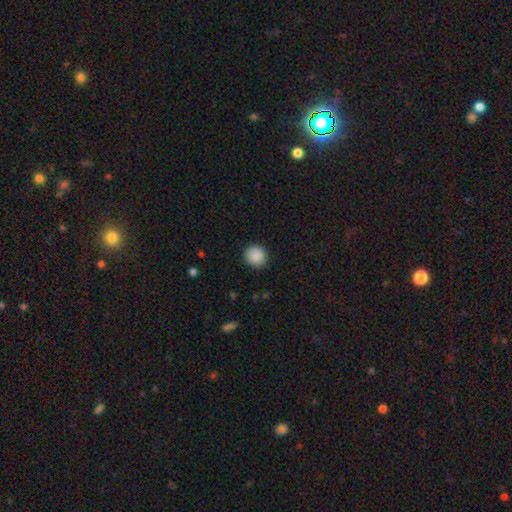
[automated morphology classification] smooth 89%, star or artifact 8%, featured or disk 3%. Down the decision tree: how rounded — round (92%); merging — none (91%).